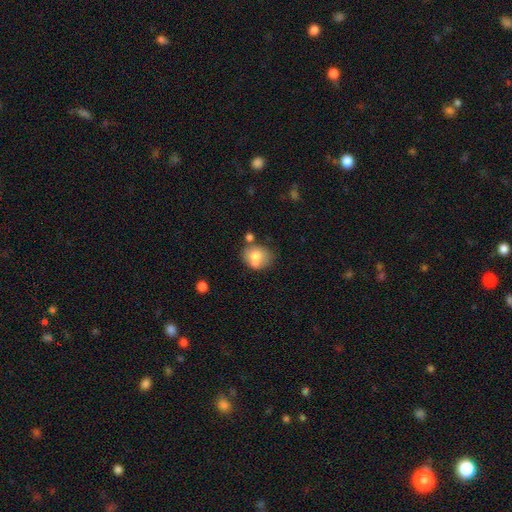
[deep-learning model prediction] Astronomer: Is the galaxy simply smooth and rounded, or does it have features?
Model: smooth — 72%.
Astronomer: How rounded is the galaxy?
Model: round — 60% (runner-up: in between, 39%).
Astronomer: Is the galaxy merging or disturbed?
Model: none — 49% (runner-up: merger, 27%).